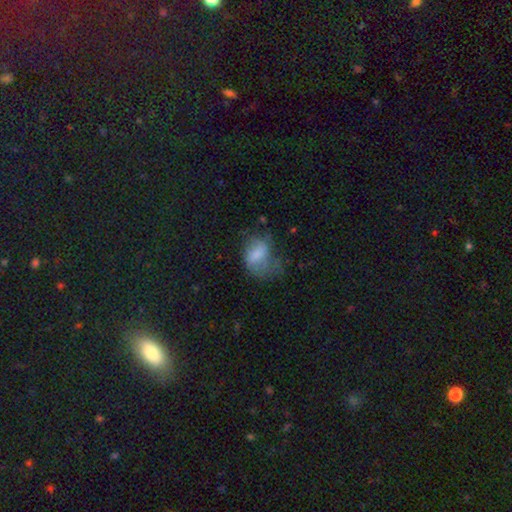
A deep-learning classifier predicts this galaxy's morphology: This appears to be a smooth galaxy with no disk features (58%) that is in between round and cigar-shaped (77%). Merging: major disturbance (35%).